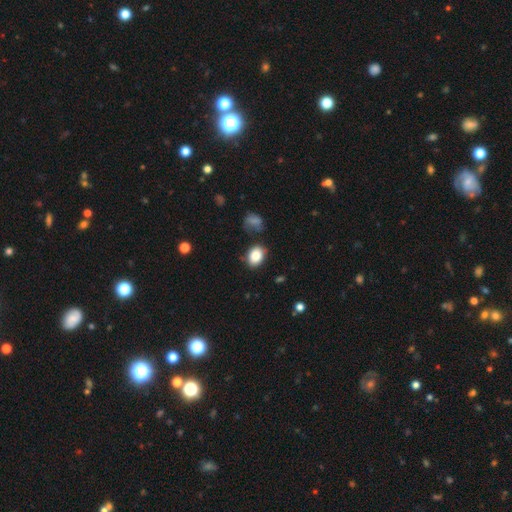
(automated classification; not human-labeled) This is clearly a smooth galaxy (84%). How rounded: likely in between (72%). Merging: likely none (75%).